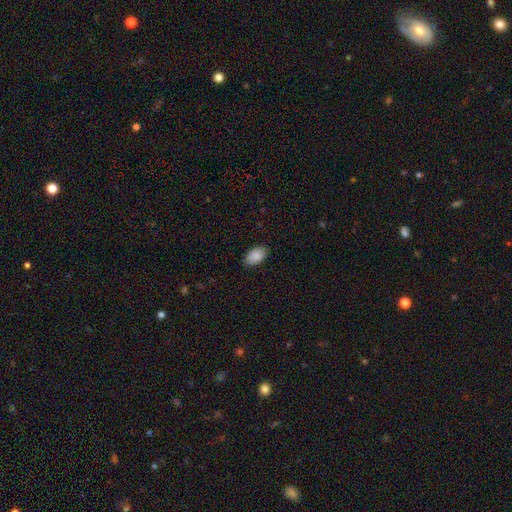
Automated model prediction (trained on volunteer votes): Overall: smooth (89%). How rounded: in between (94%). Merging: none (85%).